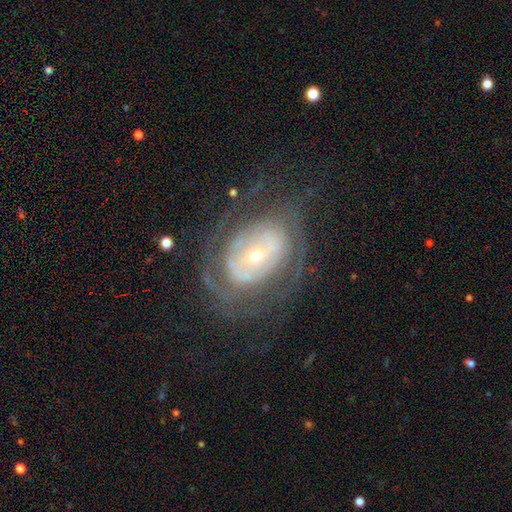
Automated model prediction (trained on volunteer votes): Smooth or featured? featured or disk (79%)
Edge-on disk? no (95%)
Bar? no (62%)
Spiral arms? yes (77%)
Spiral winding? tight (60%)
Spiral arm count? can't tell (46%)
Bulge size? small (67%)
Merging? none (62%)